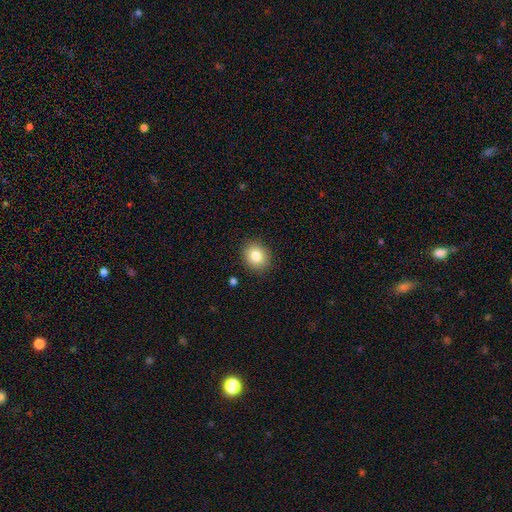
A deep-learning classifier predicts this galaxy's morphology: This is clearly a smooth galaxy (82%). How rounded: likely round (67%). Merging: clearly none (89%).